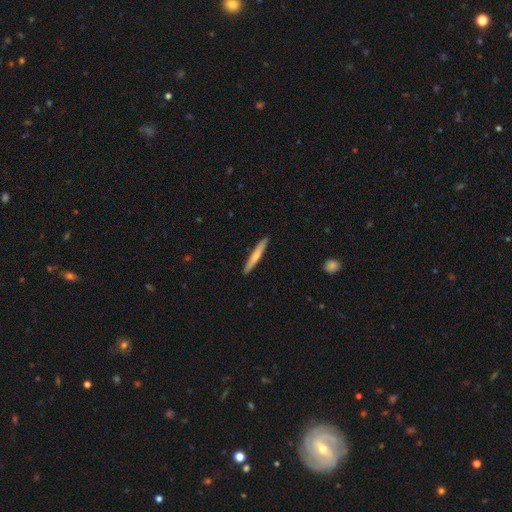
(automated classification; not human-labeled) A smooth galaxy with no disk features (64%) that is cigar-shaped (95%).

Vote fractions:
- Smooth or featured? smooth: 64% / featured or disk: 31% / star or artifact: 5%
- How rounded? cigar-shaped: 95% / in between: 3% / round: 1%
- Merging? none: 91% / minor disturbance: 7% / major disturbance: 1% / merger: 1%